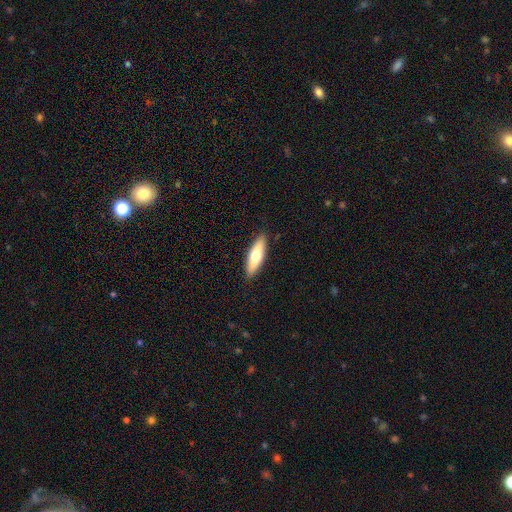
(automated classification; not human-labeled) This is likely a smooth galaxy (64%). How rounded: possibly cigar-shaped (54%). Merging: clearly none (89%).